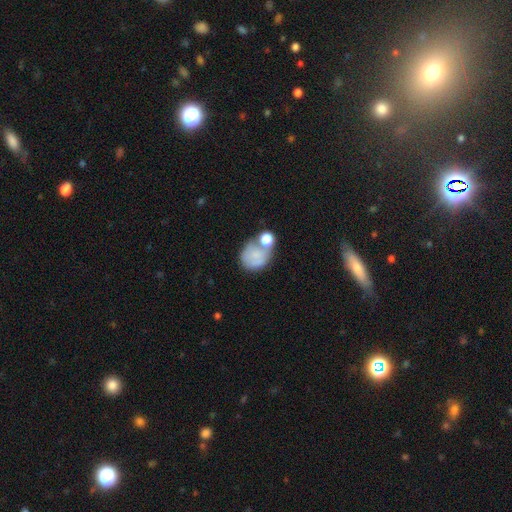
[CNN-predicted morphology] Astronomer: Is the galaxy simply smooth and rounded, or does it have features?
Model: smooth — 72%.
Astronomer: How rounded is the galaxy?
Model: round — 70%.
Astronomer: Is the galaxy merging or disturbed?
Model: none — 38% (runner-up: merger, 31%).